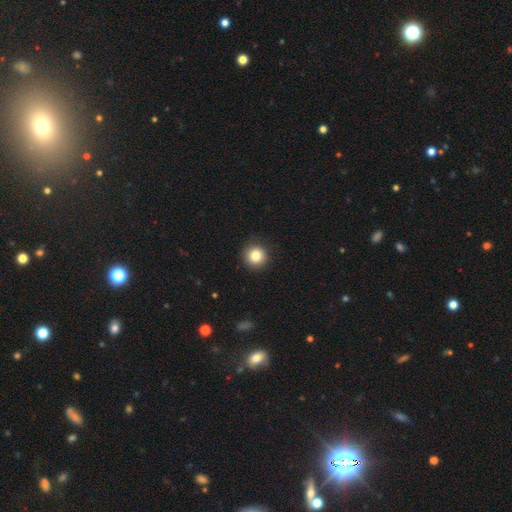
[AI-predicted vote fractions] smooth-or-featured: smooth: 83% | star or artifact: 10% | featured or disk: 6%
  how-rounded: round: 95% | in between: 4% | cigar-shaped: 1%
  merging: none: 92% | minor disturbance: 6% | major disturbance: 2% | merger: 1%